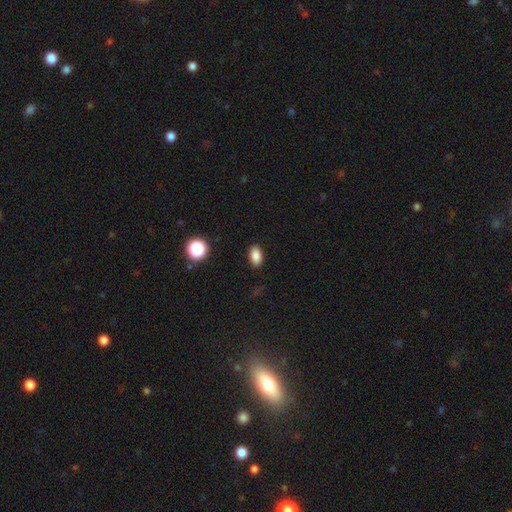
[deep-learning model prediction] This is clearly a smooth galaxy (85%). How rounded: clearly in between (89%). Merging: clearly none (89%).